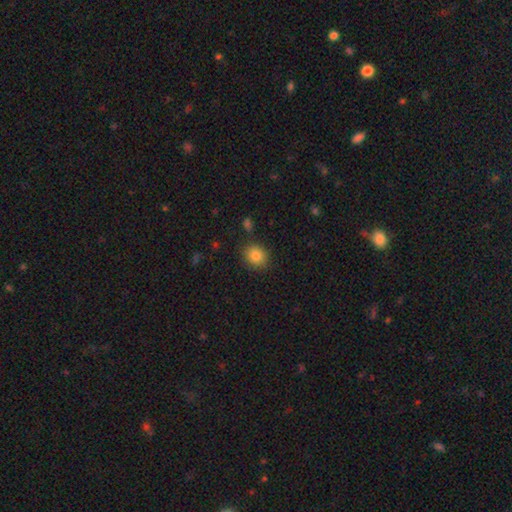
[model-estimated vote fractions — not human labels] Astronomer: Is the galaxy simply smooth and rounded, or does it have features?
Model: smooth — 83%.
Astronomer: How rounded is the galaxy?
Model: round — 76%.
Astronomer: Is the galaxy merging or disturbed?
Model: none — 86%.